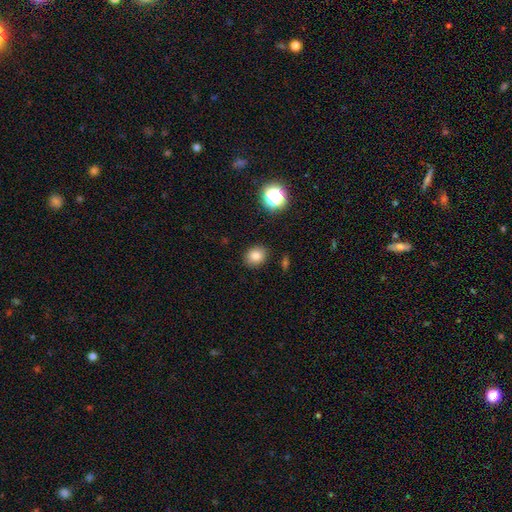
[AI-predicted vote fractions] This appears to be a smooth galaxy with no disk features (80%) that is round (64%). Merging: none (87%).